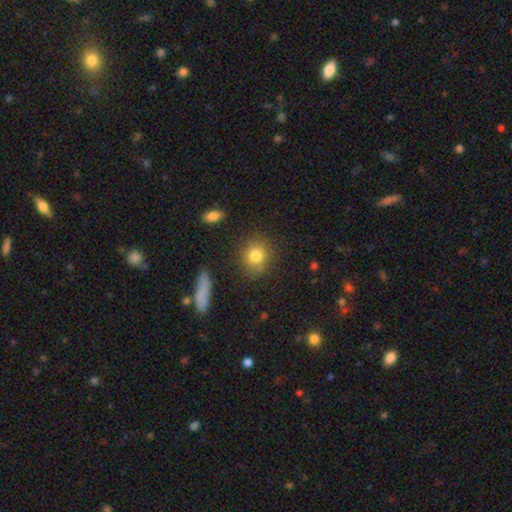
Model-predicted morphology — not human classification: Overall: smooth (81%). How rounded: round (76%). Merging: none (84%).